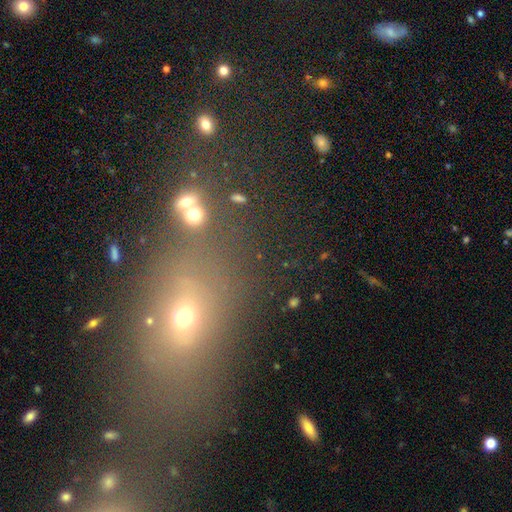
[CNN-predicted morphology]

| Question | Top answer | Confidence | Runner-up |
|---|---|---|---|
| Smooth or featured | smooth | 45% | star or artifact (37%) |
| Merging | none | 61% | merger (16%) |